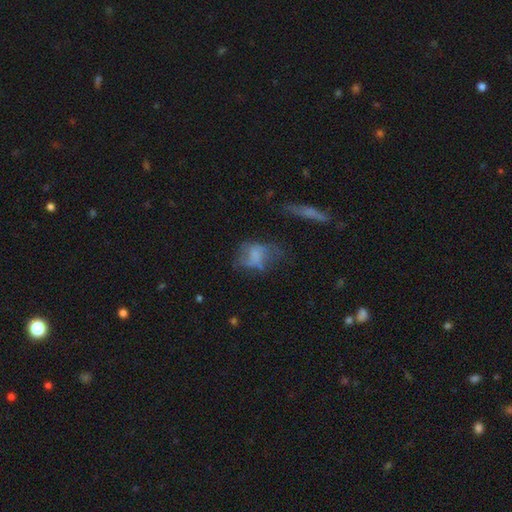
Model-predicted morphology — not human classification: Q: Smooth or featured?
A: smooth (52%); runner-up: featured or disk (34%)
Q: How rounded?
A: in between (70%); runner-up: round (27%)
Q: Merging?
A: major disturbance (35%); runner-up: none (34%)